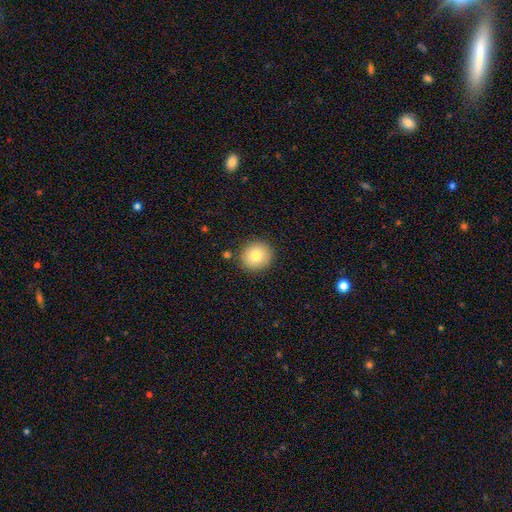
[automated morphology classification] Q: Smooth or featured?
A: smooth (79%); runner-up: featured or disk (11%)
Q: How rounded?
A: round (88%); runner-up: in between (11%)
Q: Merging?
A: none (88%); runner-up: minor disturbance (8%)